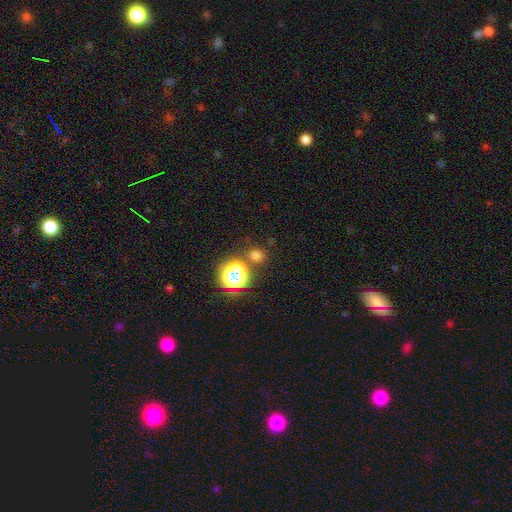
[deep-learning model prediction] smooth-or-featured: smooth: 64% | star or artifact: 30% | featured or disk: 6%
  how-rounded: round: 82% | in between: 17% | cigar-shaped: 1%
  merging: none: 77% | merger: 11% | minor disturbance: 8% | major disturbance: 3%